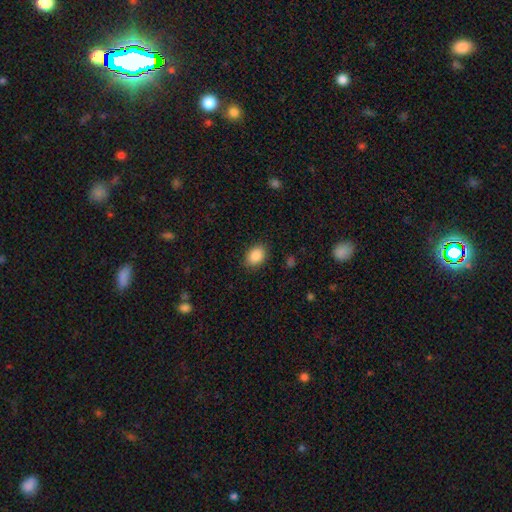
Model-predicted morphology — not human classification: type=smooth (88%); roundness=in between (75%); merging=none (86%).